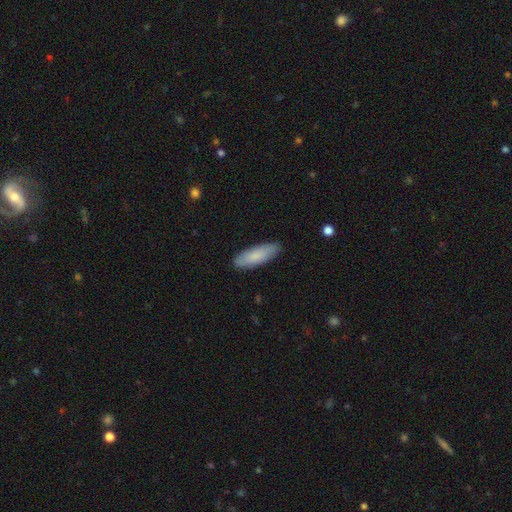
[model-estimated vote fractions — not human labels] Morphology: type=smooth (83%); roundness=in between (50%); merging=none (87%).